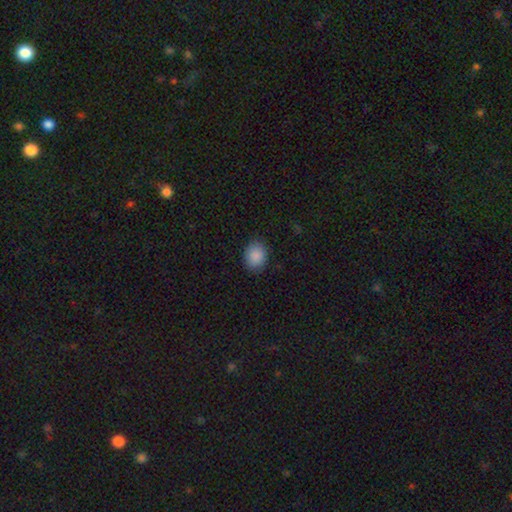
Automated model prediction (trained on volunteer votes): Overall: smooth (89%). How rounded: round (54%; in between 45%). Merging: none (86%).